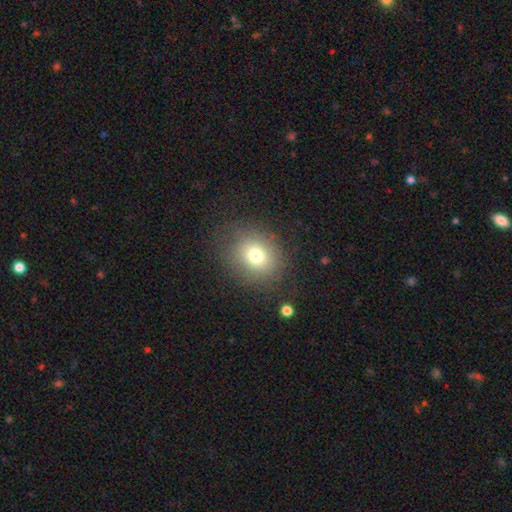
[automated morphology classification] A smooth galaxy with no disk features (73%) that is round (73%). Merging: none (80%).